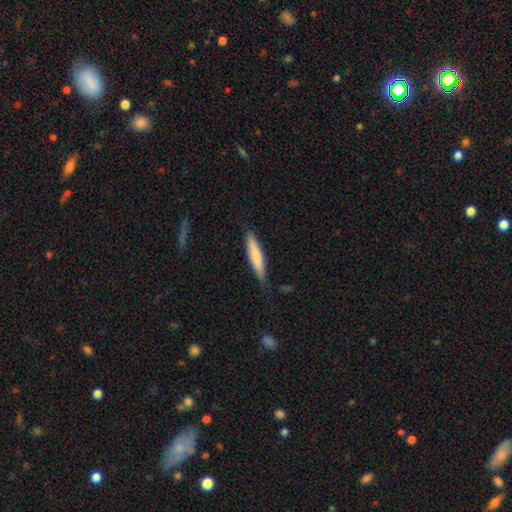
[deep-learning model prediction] Smooth or featured: smooth — 73% (featured or disk — 22%)
How rounded: cigar-shaped — 88% (in between — 11%)
Merging: none — 83% (minor disturbance — 13%)